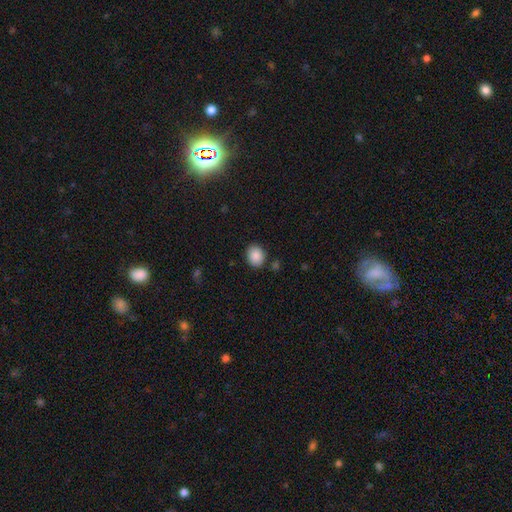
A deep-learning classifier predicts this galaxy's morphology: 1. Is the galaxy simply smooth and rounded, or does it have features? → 88% smooth, 8% star or artifact, 3% featured or disk.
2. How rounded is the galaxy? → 52% round, 48% in between, 1% cigar-shaped.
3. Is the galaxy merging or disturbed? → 84% none, 10% minor disturbance, 3% merger, 3% major disturbance.